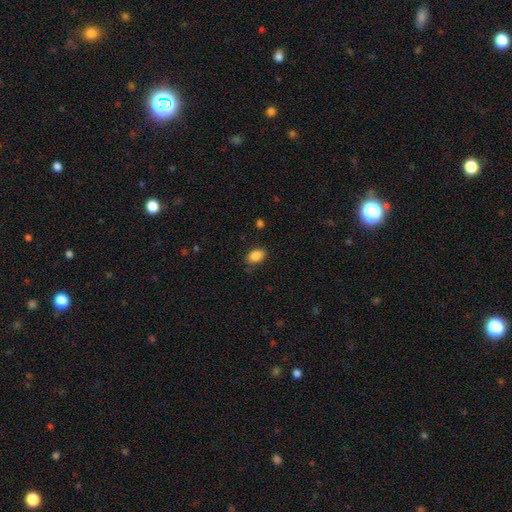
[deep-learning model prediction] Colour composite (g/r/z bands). It shows a smooth galaxy with no disk features (87%) that is in between round and cigar-shaped (80%). Merging: none (78%).